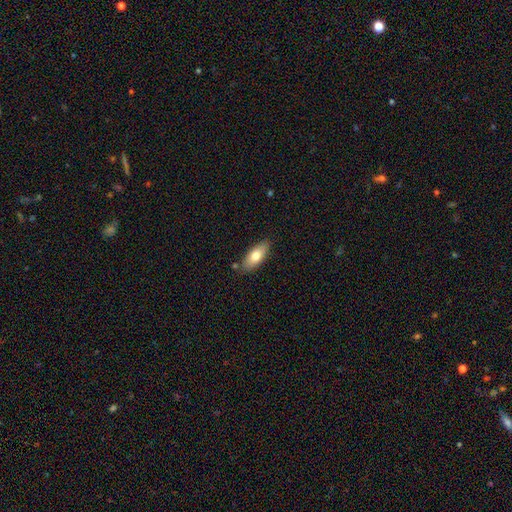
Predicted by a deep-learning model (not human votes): Smooth or featured: smooth — 73% (featured or disk — 20%)
How rounded: in between — 78% (cigar-shaped — 20%)
Merging: none — 82% (minor disturbance — 12%)